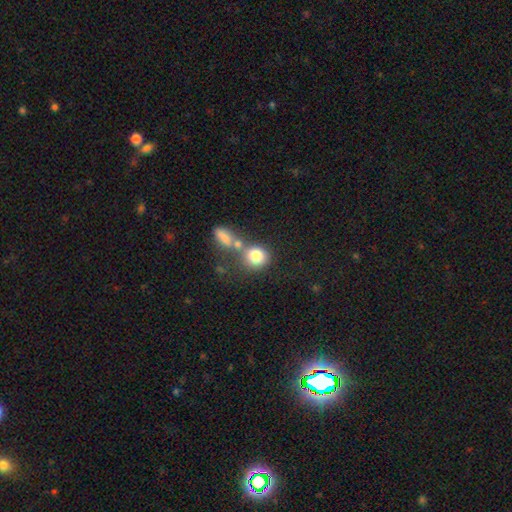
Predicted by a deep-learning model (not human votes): smooth_or_featured: smooth (p=0.80) [alt: featured or disk p=0.10]
how_rounded: round (p=0.79) [alt: in between p=0.20]
merging: none (p=0.45) [alt: merger p=0.38]